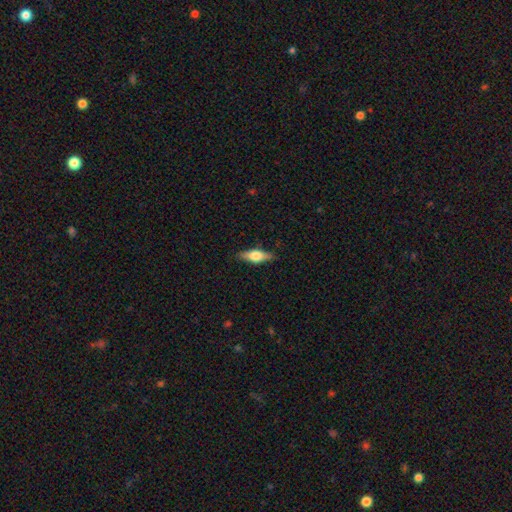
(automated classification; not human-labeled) Overall: smooth (47%, tied with featured or disk). Merging: none (85%).